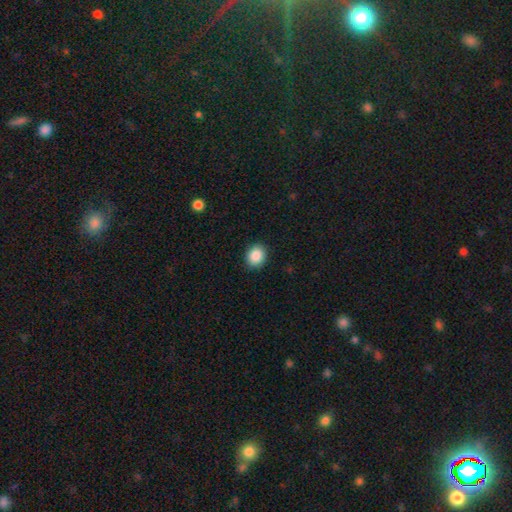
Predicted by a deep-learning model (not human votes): Q: Smooth or featured?
A: smooth (88%); runner-up: star or artifact (8%)
Q: How rounded?
A: round (53%); runner-up: in between (46%)
Q: Merging?
A: none (89%); runner-up: minor disturbance (8%)